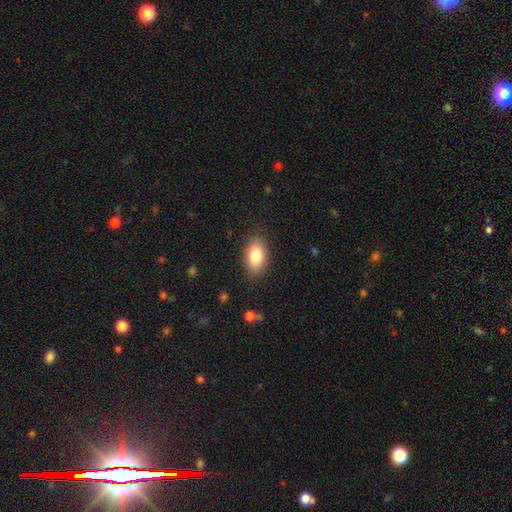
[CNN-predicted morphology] The model was most divided on "smooth or featured": smooth: 82%, featured or disk: 11%, star or artifact: 7%. More confident: how rounded — in between (91%); merging — none (86%).